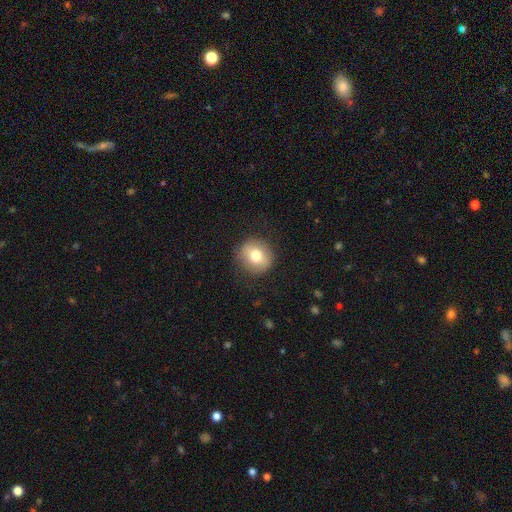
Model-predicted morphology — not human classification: smooth 72%, featured or disk 20%, star or artifact 8%. Down the decision tree: how rounded — round (87%); merging — none (85%).